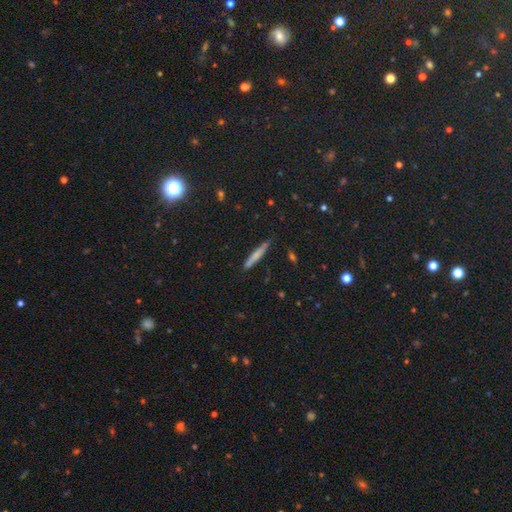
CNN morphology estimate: smooth_or_featured: smooth (p=0.62) [alt: featured or disk p=0.29]
how_rounded: cigar-shaped (p=0.93) [alt: in between p=0.05]
merging: none (p=0.85) [alt: minor disturbance p=0.11]